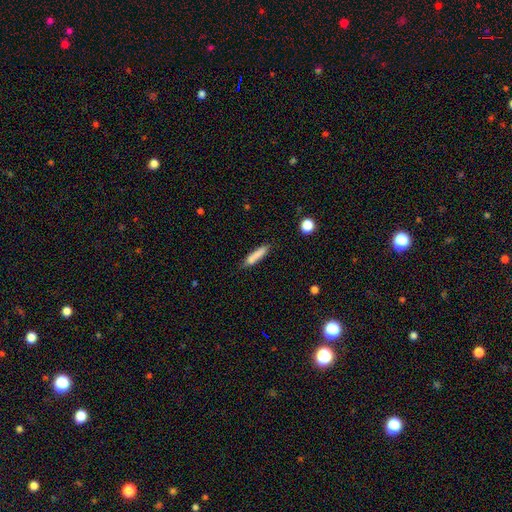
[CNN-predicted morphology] smooth 83%, featured or disk 10%, star or artifact 7%. Down the decision tree: how rounded — cigar-shaped (85%); merging — none (80%).